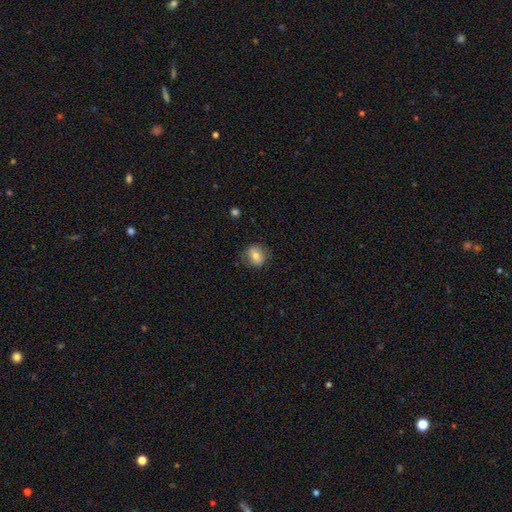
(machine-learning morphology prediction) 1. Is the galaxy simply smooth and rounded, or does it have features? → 71% smooth, 19% featured or disk, 9% star or artifact.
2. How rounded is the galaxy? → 65% round, 33% in between, 1% cigar-shaped.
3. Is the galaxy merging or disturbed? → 79% none, 15% minor disturbance, 5% major disturbance, 1% merger.